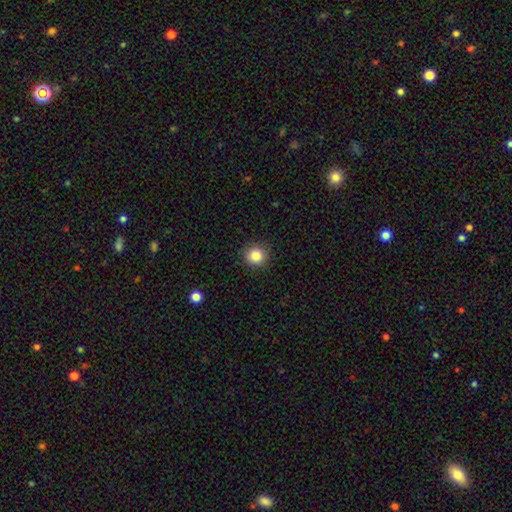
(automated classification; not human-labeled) Overall: smooth (85%). How rounded: round (91%). Merging: none (91%).